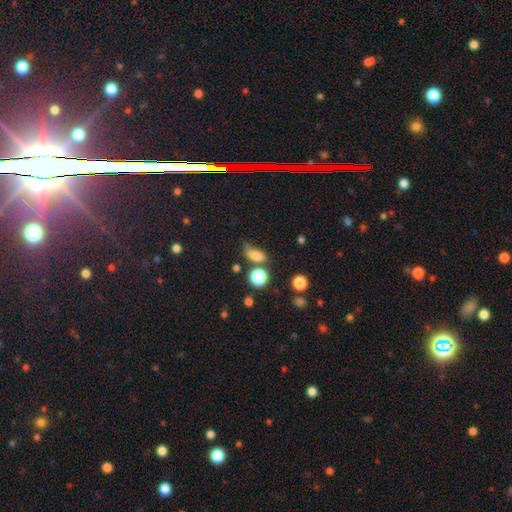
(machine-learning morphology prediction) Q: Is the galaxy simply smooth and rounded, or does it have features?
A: smooth — 76%.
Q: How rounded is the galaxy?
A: in between — 77%.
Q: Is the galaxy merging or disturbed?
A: none — 45%.